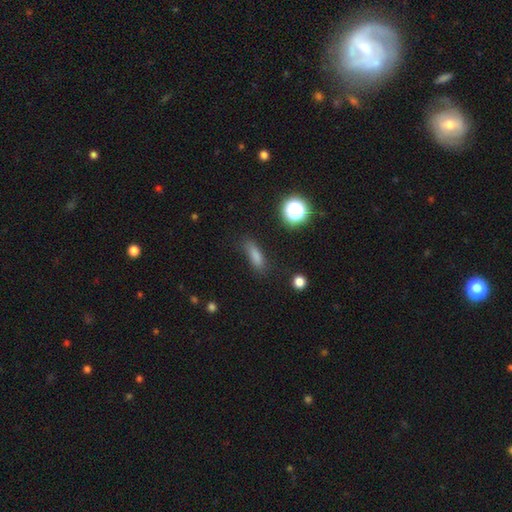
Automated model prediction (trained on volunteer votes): Morphology: type=smooth (74%); roundness=in between (47%); merging=none (71%).